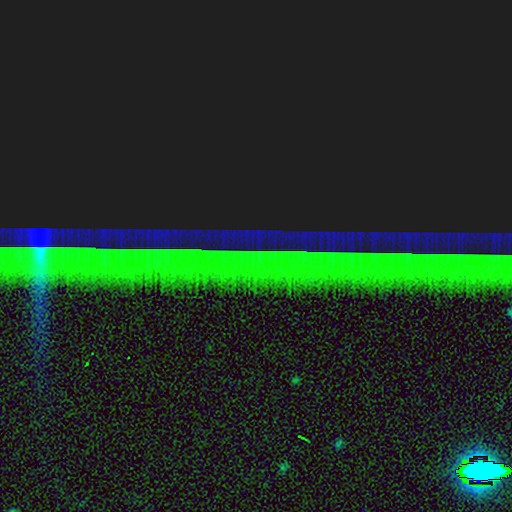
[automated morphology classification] Q: Smooth or featured?
A: star or artifact (85%); runner-up: featured or disk (8%)